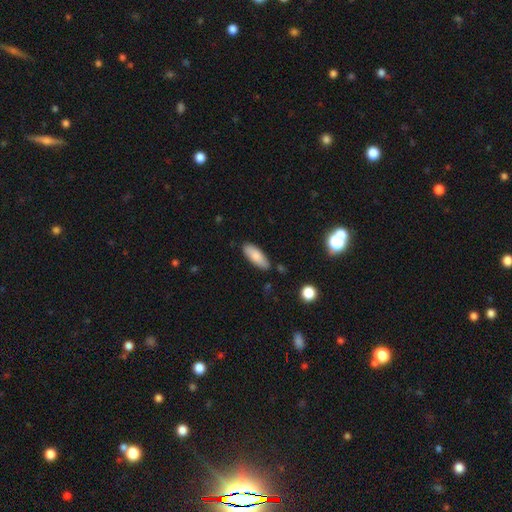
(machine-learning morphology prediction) Smooth or featured: smooth — 83% (featured or disk — 10%)
How rounded: in between — 72% (cigar-shaped — 27%)
Merging: none — 81% (minor disturbance — 14%)